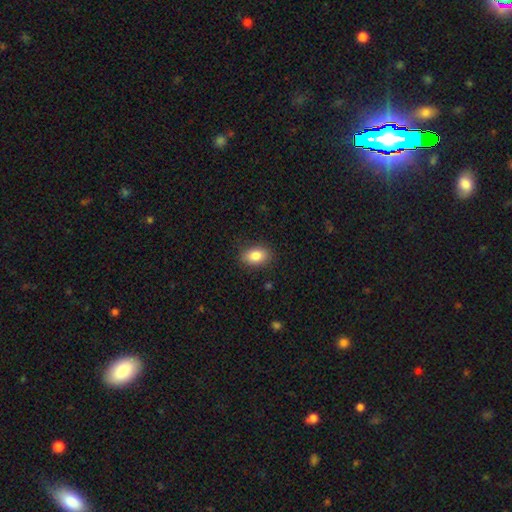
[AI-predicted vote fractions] Morphology: type=smooth (85%); roundness=in between (85%); merging=none (87%).